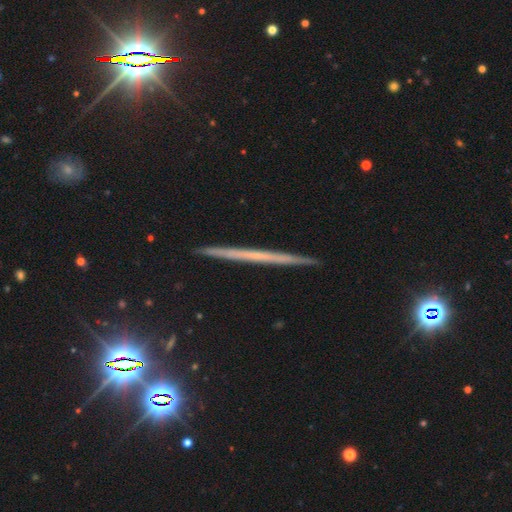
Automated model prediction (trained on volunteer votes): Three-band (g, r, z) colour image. It shows a featured or disk galaxy (62%) viewed edge-on (97%) with no central bulge (80%). Merging: none (90%).